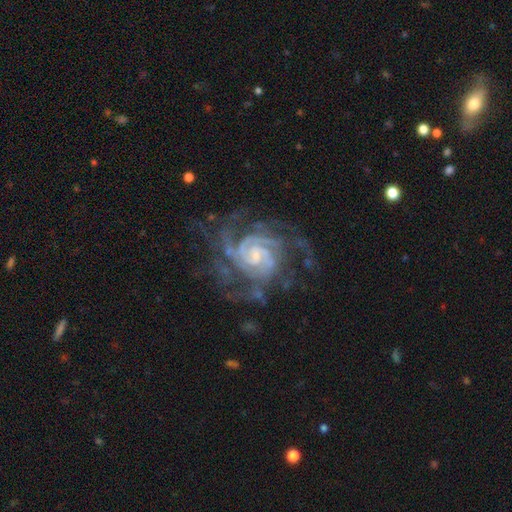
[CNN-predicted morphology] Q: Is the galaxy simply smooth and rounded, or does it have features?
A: featured or disk — 91%.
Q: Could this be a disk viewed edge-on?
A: no — 98%.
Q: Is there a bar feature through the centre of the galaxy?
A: no — 46%.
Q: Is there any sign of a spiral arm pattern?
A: yes — 98%.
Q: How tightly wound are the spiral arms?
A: tight — 65%.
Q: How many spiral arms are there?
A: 2 — 24%.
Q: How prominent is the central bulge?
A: small — 70%.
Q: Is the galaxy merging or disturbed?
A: none — 64%.